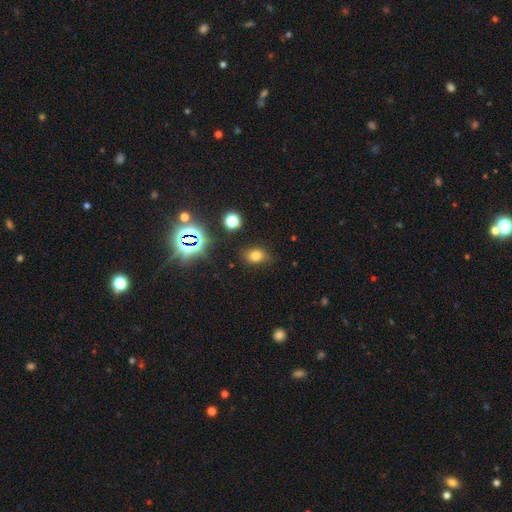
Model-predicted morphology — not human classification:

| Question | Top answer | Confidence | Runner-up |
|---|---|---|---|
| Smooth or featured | smooth | 70% | star or artifact (21%) |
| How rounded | in between | 67% | round (31%) |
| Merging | none | 78% | minor disturbance (15%) |